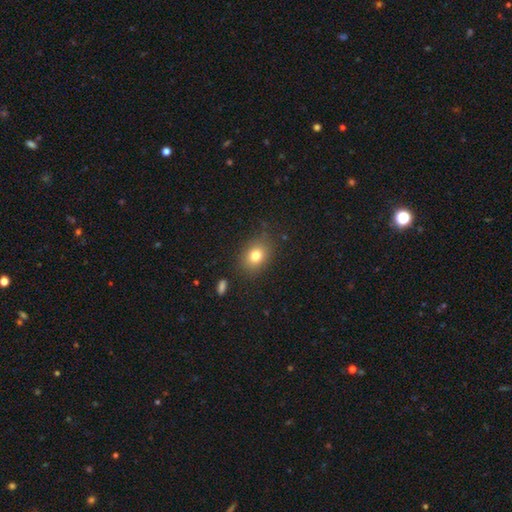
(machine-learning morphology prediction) Overall: smooth (79%). How rounded: in between (60%; round 39%). Merging: none (82%).